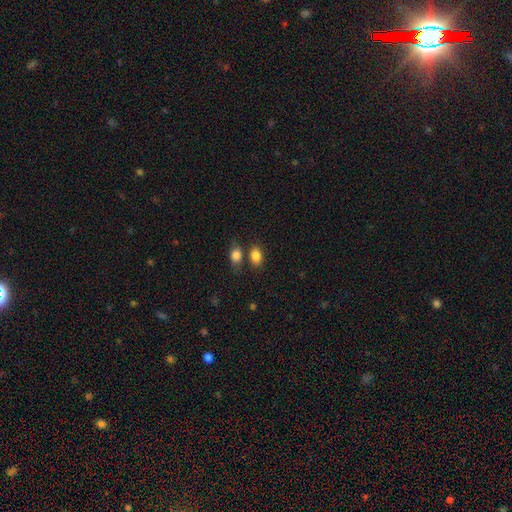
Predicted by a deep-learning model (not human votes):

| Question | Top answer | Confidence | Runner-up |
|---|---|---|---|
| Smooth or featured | smooth | 85% | star or artifact (9%) |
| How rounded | in between | 77% | round (21%) |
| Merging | none | 60% | merger (24%) |